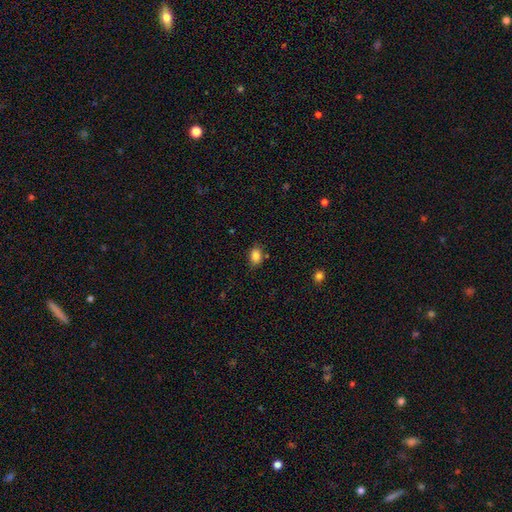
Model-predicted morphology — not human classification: A smooth galaxy with no disk features (85%) that is in between round and cigar-shaped (78%). Merging: none (78%).